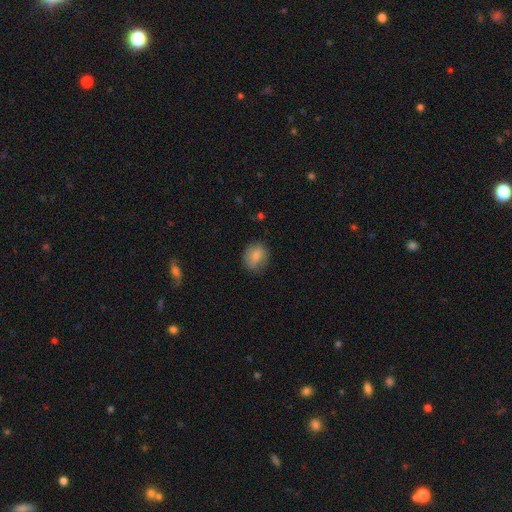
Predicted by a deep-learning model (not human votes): Smooth or featured: smooth — 82% (featured or disk — 10%)
How rounded: round — 55% (in between — 44%)
Merging: none — 77% (minor disturbance — 18%)